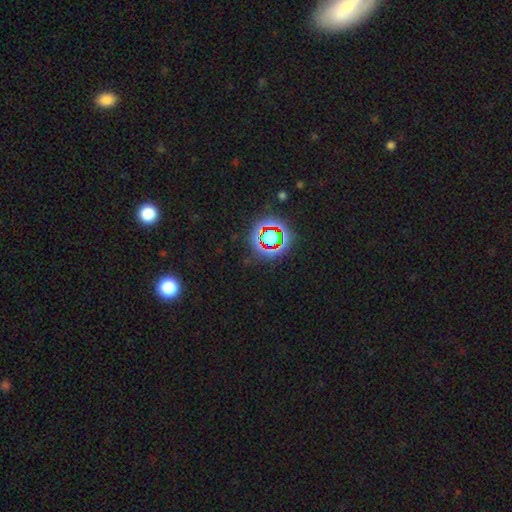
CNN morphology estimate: Smooth or featured? Predicted: star or artifact (p=0.76).